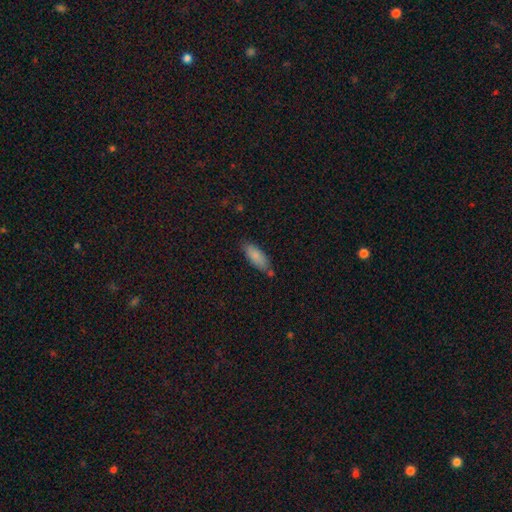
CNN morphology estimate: Smooth or featured: smooth — 84% (featured or disk — 9%)
How rounded: in between — 72% (cigar-shaped — 27%)
Merging: none — 69% (minor disturbance — 20%)